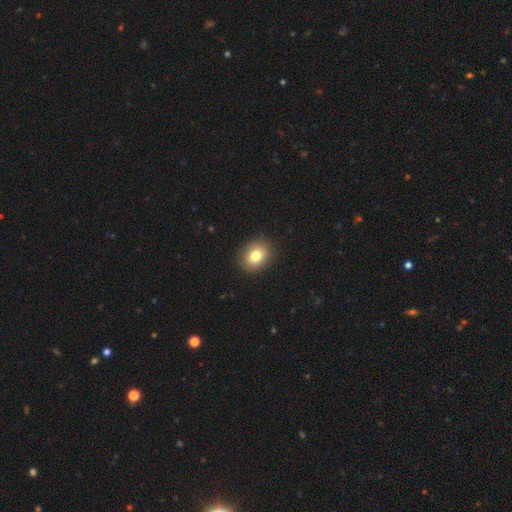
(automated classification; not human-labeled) Smooth or featured? Predicted: smooth (p=0.80). How rounded? Predicted: round (p=0.52). Merging? Predicted: none (p=0.89).